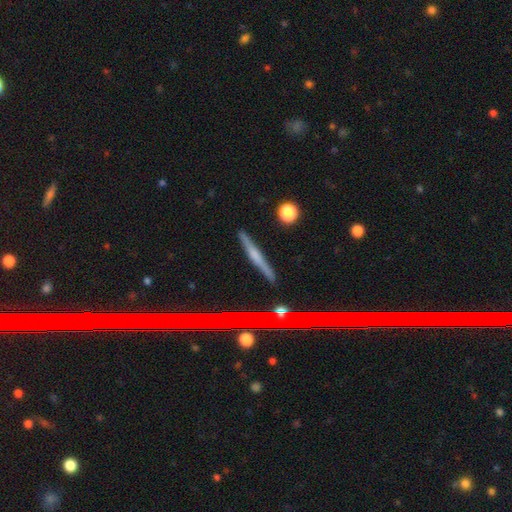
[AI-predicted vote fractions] smooth-or-featured: featured or disk: 57% | smooth: 33% | star or artifact: 10%
  disk-edge-on: yes: 95% | no: 5%
    edge-on-bulge: rounded: 54% | none: 35% | boxy: 11%
  merging: none: 88% | minor disturbance: 9% | major disturbance: 2% | merger: 2%